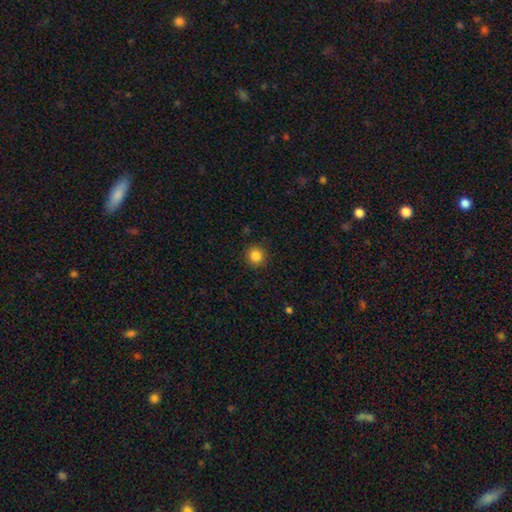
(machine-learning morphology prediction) Smooth or featured: smooth — 85% (star or artifact — 11%)
How rounded: round — 91% (in between — 8%)
Merging: none — 90% (minor disturbance — 7%)